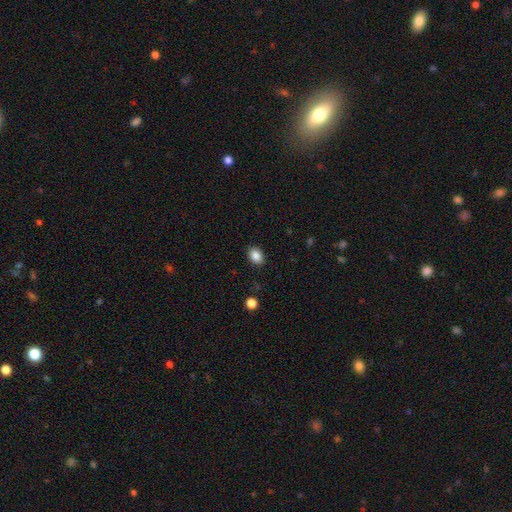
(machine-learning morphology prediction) Smooth or featured?
  - smooth: 87% *
  - star or artifact: 9%
  - featured or disk: 4%
How rounded?
  - in between: 71% *
  - round: 28%
  - cigar-shaped: 1%
Merging?
  - none: 88% *
  - minor disturbance: 8%
  - major disturbance: 2%
  - merger: 1%